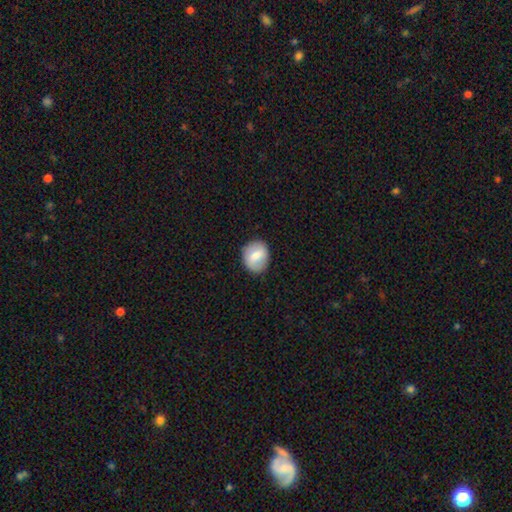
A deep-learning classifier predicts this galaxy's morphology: This is likely a smooth galaxy (65%). How rounded: likely round (62%). Merging: clearly none (85%).